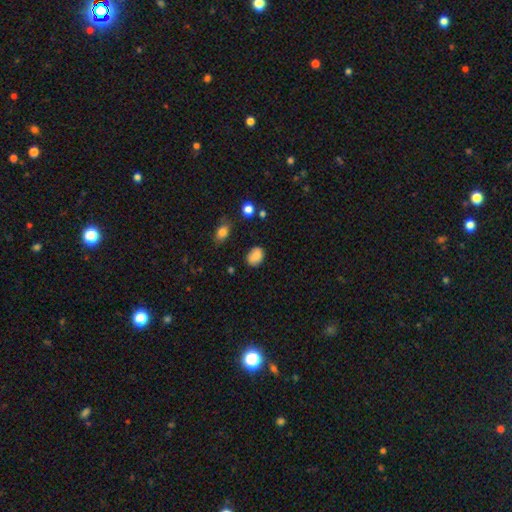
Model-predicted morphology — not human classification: A smooth galaxy with no disk features (81%) that is in between round and cigar-shaped (69%).

Vote fractions:
- Smooth or featured? smooth: 81% / featured or disk: 10% / star or artifact: 9%
- How rounded? in between: 69% / round: 29% / cigar-shaped: 1%
- Merging? none: 74% / minor disturbance: 20% / major disturbance: 4% / merger: 2%